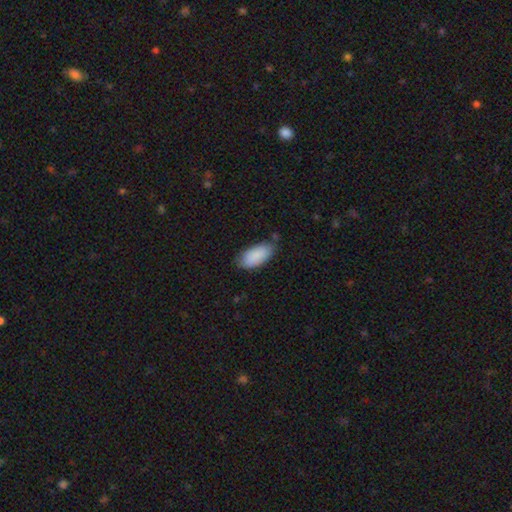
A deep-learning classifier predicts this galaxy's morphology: Smooth or featured? smooth (89%)
How rounded? in between (91%)
Merging? none (73%)